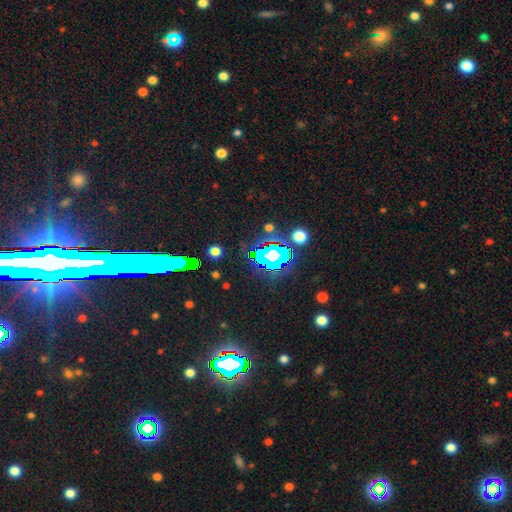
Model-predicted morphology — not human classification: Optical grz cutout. It shows a star or artifact, not a galaxy (76%).